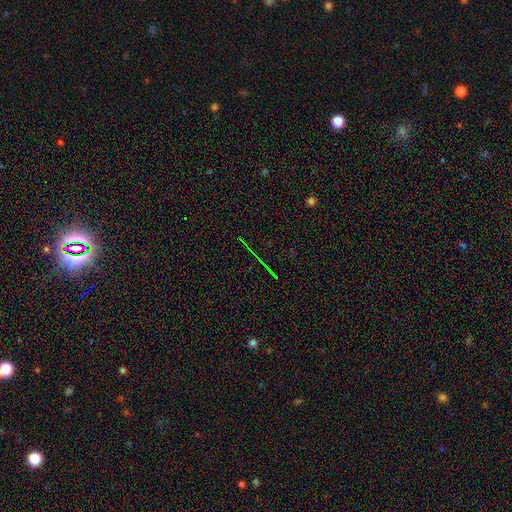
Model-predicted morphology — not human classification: smooth_or_featured: star or artifact (p=0.78) [alt: featured or disk p=0.13]